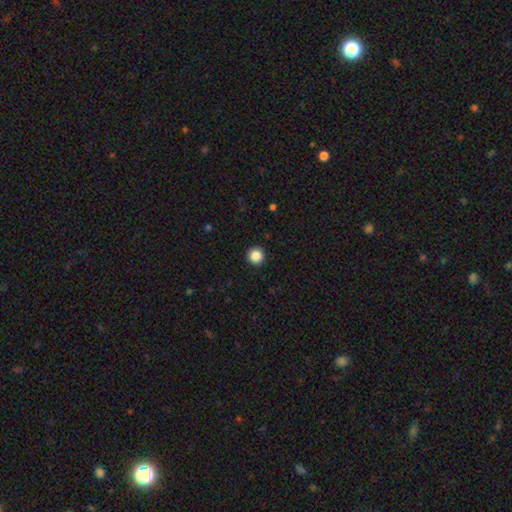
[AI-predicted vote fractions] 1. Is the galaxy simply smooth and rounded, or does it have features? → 87% smooth, 10% star or artifact, 3% featured or disk.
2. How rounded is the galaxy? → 96% round, 3% in between, 1% cigar-shaped.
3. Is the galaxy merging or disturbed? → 94% none, 4% minor disturbance, 1% major disturbance, 1% merger.